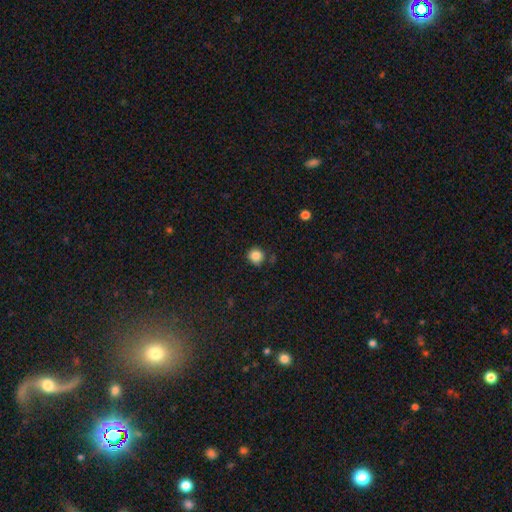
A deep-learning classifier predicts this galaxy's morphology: A smooth galaxy with no disk features (85%) that is round (91%). Merging: none (79%).